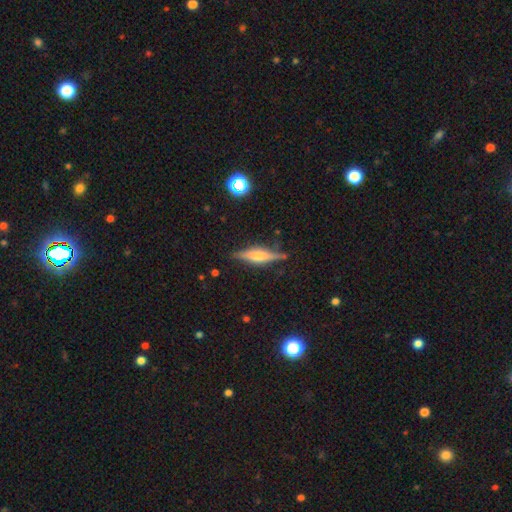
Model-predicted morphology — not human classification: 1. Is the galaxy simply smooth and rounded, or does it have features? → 70% featured or disk, 23% smooth, 8% star or artifact.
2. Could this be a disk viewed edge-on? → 96% yes, 4% no.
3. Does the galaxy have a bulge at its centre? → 73% rounded, 19% boxy, 7% none.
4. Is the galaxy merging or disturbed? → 86% none, 10% minor disturbance, 2% major disturbance, 2% merger.